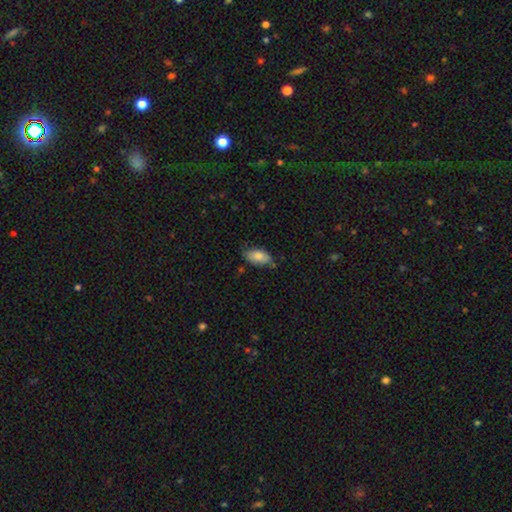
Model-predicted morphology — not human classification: Q: Smooth or featured?
A: smooth (78%); runner-up: featured or disk (14%)
Q: How rounded?
A: in between (91%); runner-up: cigar-shaped (6%)
Q: Merging?
A: none (74%); runner-up: minor disturbance (20%)